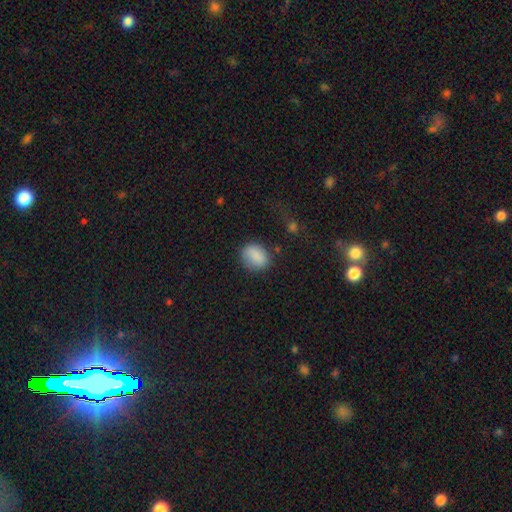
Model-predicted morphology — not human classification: Smooth or featured? smooth (87%)
How rounded? in between (51%)
Merging? none (78%)